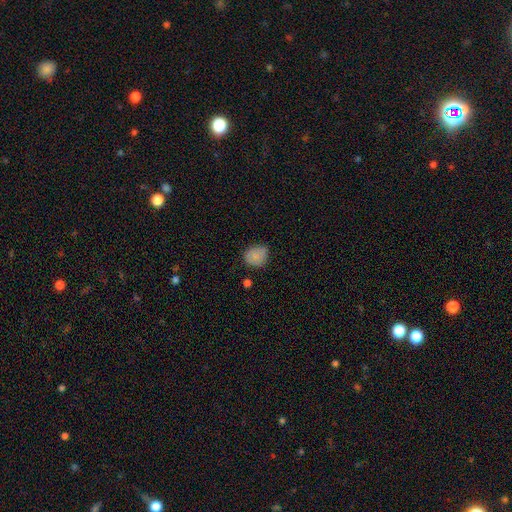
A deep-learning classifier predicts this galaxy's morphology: Smooth or featured: smooth — 82% (star or artifact — 9%)
How rounded: round — 71% (in between — 28%)
Merging: none — 61% (minor disturbance — 31%)